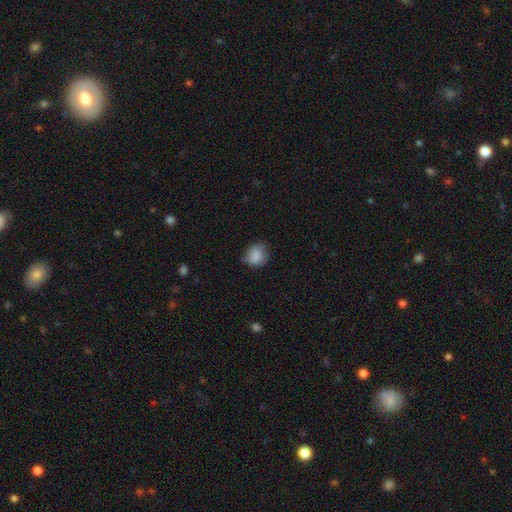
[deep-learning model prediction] smooth 85%, star or artifact 8%, featured or disk 7%. Down the decision tree: how rounded — round (63%); merging — none (63%).